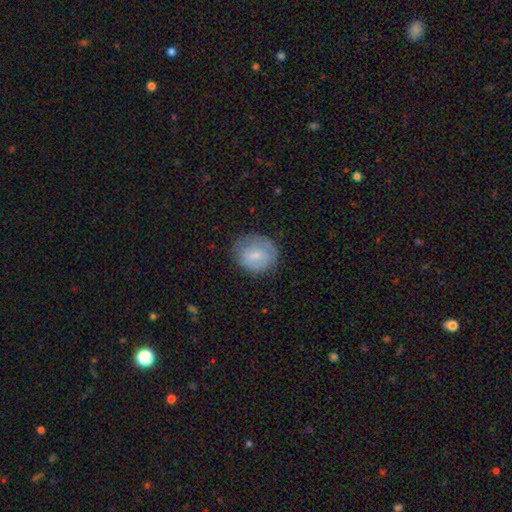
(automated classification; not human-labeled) The model was most divided on "smooth or featured": smooth: 64%, featured or disk: 29%, star or artifact: 7%. More confident: how rounded — round (74%); merging — none (70%).